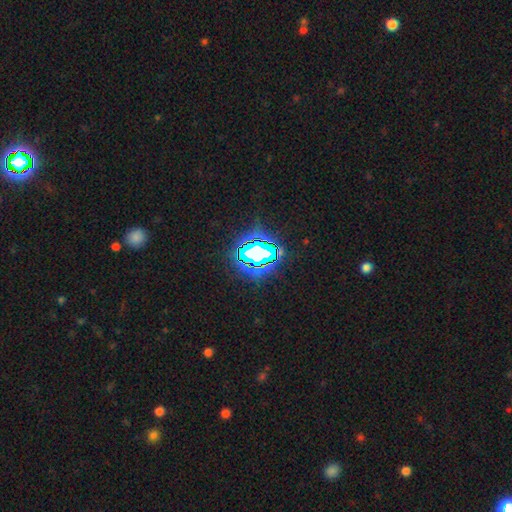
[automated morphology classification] Smooth or featured: star or artifact — 71% (smooth — 15%)